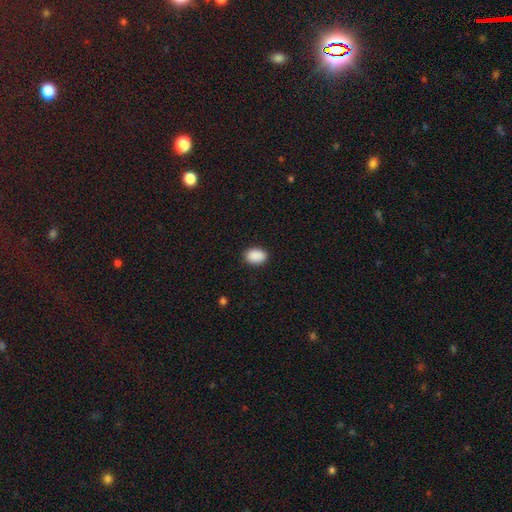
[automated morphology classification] Smooth or featured?
  - smooth: 91% *
  - star or artifact: 7%
  - featured or disk: 2%
How rounded?
  - in between: 84% *
  - round: 15%
  - cigar-shaped: 1%
Merging?
  - none: 89% *
  - minor disturbance: 8%
  - major disturbance: 2%
  - merger: 1%